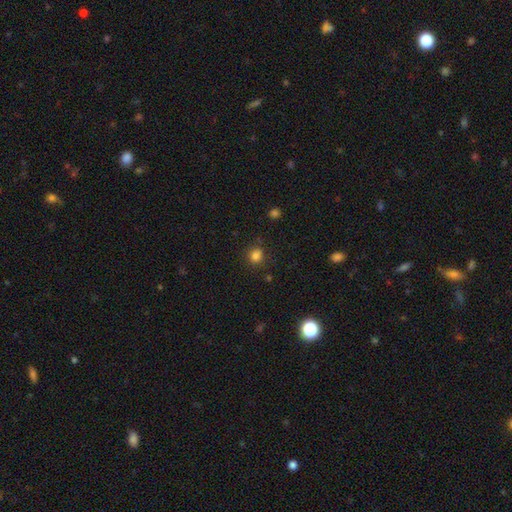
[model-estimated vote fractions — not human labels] Smooth or featured?
  - smooth: 80% *
  - star or artifact: 15%
  - featured or disk: 5%
How rounded?
  - round: 79% *
  - in between: 20%
  - cigar-shaped: 1%
Merging?
  - none: 79% *
  - minor disturbance: 12%
  - merger: 5%
  - major disturbance: 4%